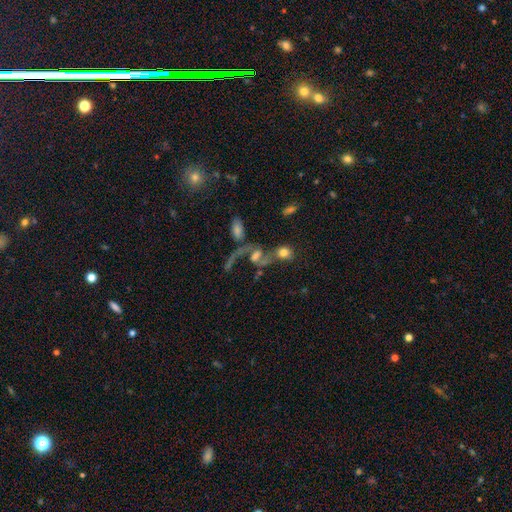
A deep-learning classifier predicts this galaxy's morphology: The model was most divided on "bulge size": moderate: 34%, small: 25%, none: 23%, large: 14%, dominant: 4%. Remaining: edge-on disk — no (93%); spiral arms — yes (71%); smooth or featured — featured or disk (56%); bar — no (55%); merging — merger (42%).